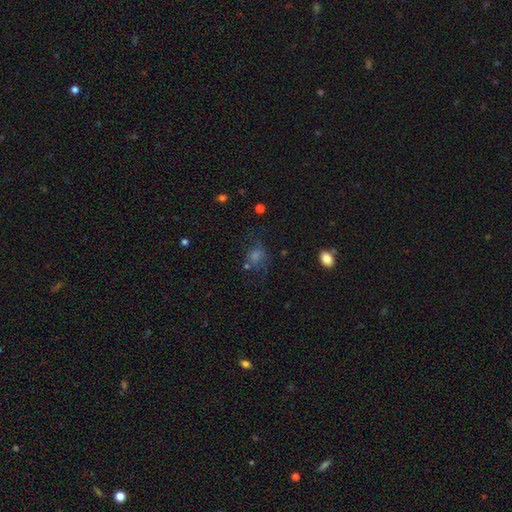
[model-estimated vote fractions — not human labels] The model was most divided on "smooth or featured": smooth: 44%, star or artifact: 34%, featured or disk: 22%. More confident: merging — none (57%).